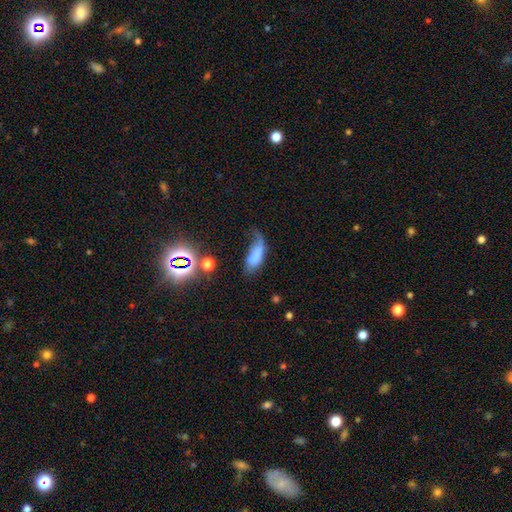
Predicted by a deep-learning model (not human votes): Overall: smooth (66%). How rounded: in between (75%). Merging: major disturbance (40%; minor disturbance 28%).